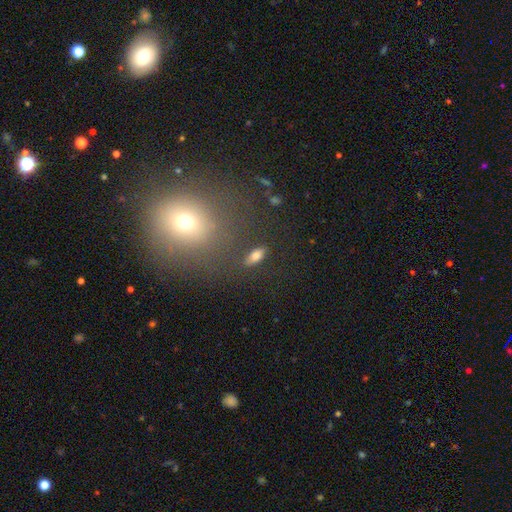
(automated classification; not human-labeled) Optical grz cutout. It shows a smooth galaxy with no disk features (75%) that is in between round and cigar-shaped (76%). Merging: none (84%).